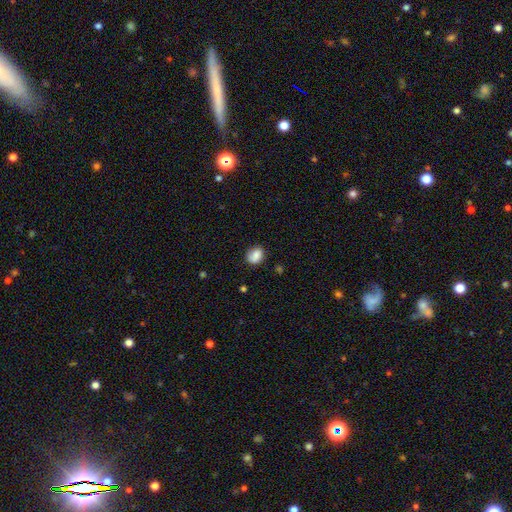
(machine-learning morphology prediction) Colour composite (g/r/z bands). It shows a smooth galaxy with no disk features (79%) that is round (53%). Merging: none (73%).